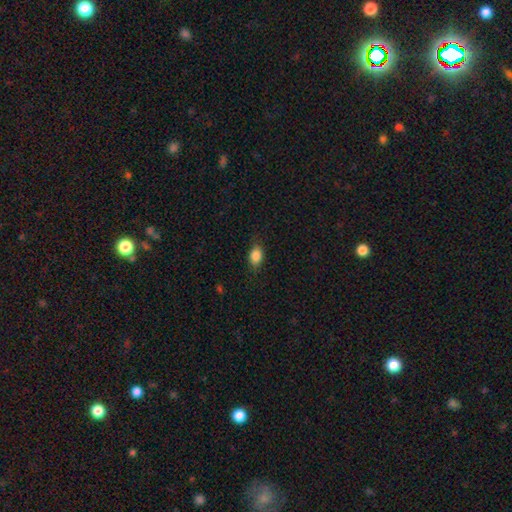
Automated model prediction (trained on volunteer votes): Q: Smooth or featured?
A: smooth (86%); runner-up: star or artifact (9%)
Q: How rounded?
A: in between (81%); runner-up: round (16%)
Q: Merging?
A: none (81%); runner-up: minor disturbance (14%)